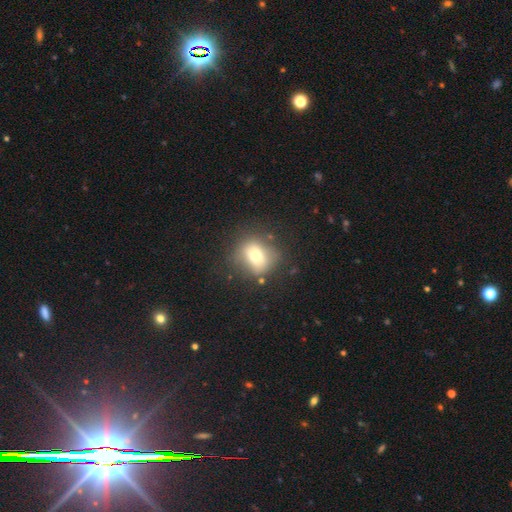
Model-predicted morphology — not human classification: Smooth or featured? Predicted: smooth (p=0.70). How rounded? Predicted: round (p=0.61). Merging? Predicted: none (p=0.72).